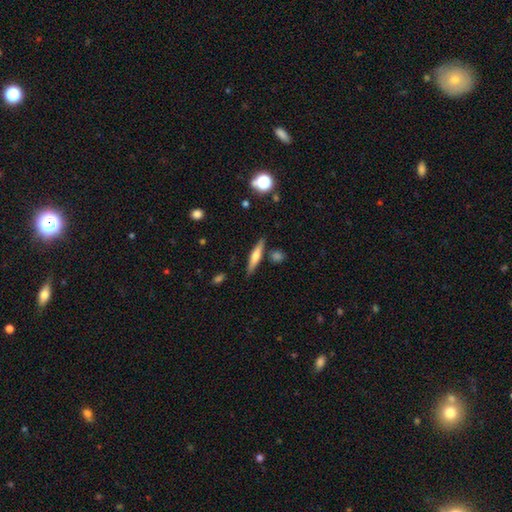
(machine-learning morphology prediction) type=featured or disk (47%); merging=none (83%).